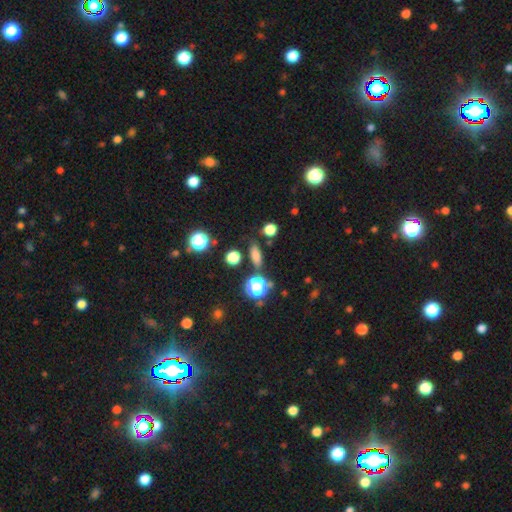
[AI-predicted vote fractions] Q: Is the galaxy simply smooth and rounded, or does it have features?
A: smooth — 76%.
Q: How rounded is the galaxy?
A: in between — 61%.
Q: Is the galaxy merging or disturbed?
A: none — 80%.